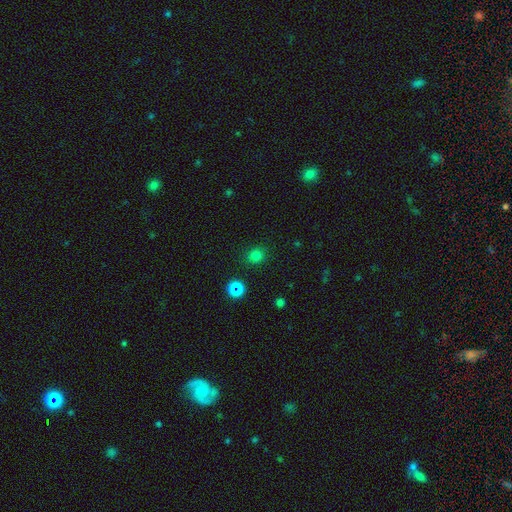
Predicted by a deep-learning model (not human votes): This appears to be a smooth galaxy with no disk features (76%) that is round (79%). Merging: none (88%).